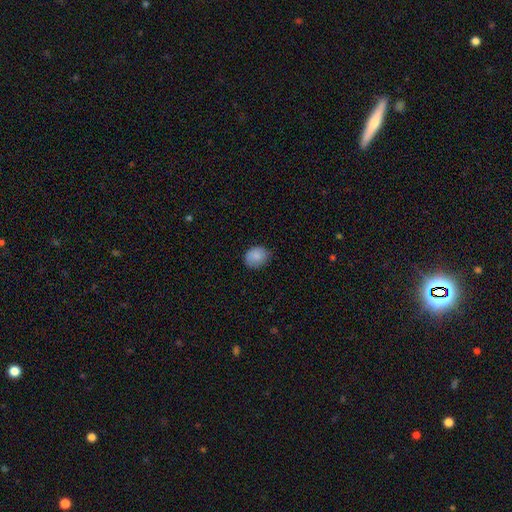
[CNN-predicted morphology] smooth-or-featured: smooth: 86% | star or artifact: 8% | featured or disk: 6%
  how-rounded: round: 59% | in between: 41% | cigar-shaped: 1%
  merging: none: 75% | minor disturbance: 20% | major disturbance: 4% | merger: 1%